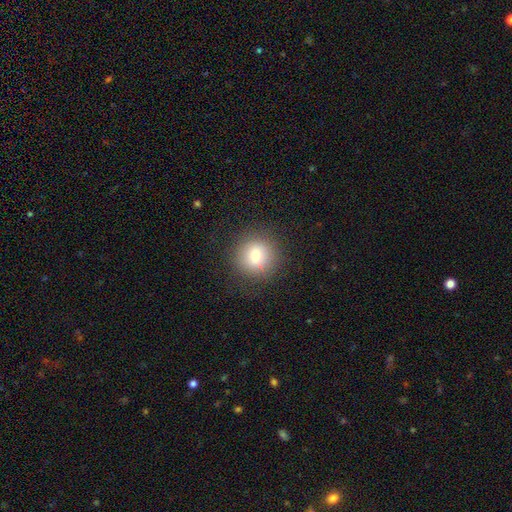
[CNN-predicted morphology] This appears to be a smooth galaxy with no disk features (76%) that is round (93%). Merging: none (86%).